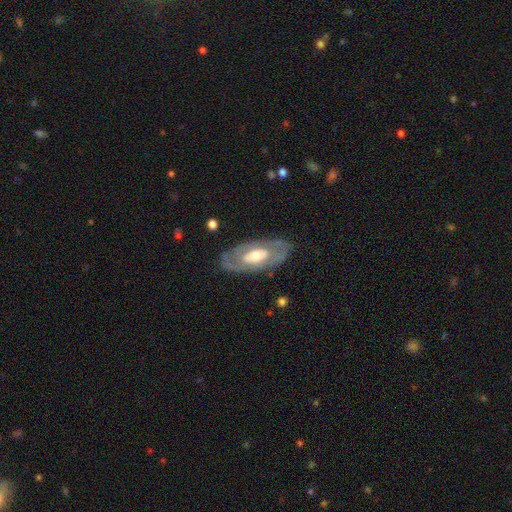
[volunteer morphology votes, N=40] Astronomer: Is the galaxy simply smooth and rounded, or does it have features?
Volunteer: featured or disk — 70%.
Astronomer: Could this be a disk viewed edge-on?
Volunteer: no — 79%.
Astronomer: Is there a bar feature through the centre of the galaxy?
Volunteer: no — 86%.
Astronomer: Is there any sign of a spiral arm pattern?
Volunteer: no — 86%.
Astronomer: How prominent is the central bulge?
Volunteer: moderate — 73%.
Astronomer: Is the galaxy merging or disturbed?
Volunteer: none — 82%.